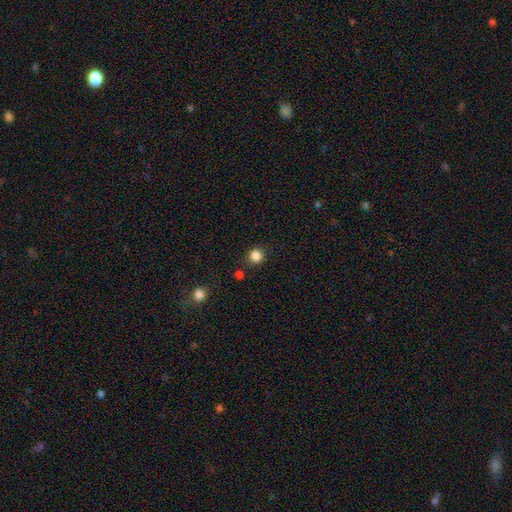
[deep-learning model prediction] Smooth or featured: smooth — 84% (star or artifact — 12%)
How rounded: round — 89% (in between — 10%)
Merging: none — 86% (minor disturbance — 8%)